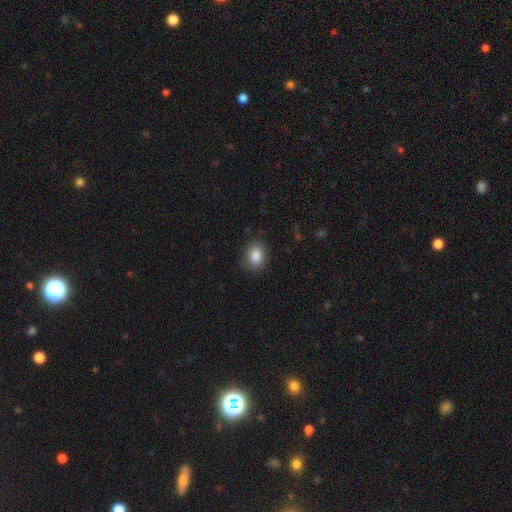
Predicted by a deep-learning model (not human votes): Smooth or featured: smooth — 87% (star or artifact — 8%)
How rounded: in between — 65% (round — 34%)
Merging: none — 85% (minor disturbance — 11%)